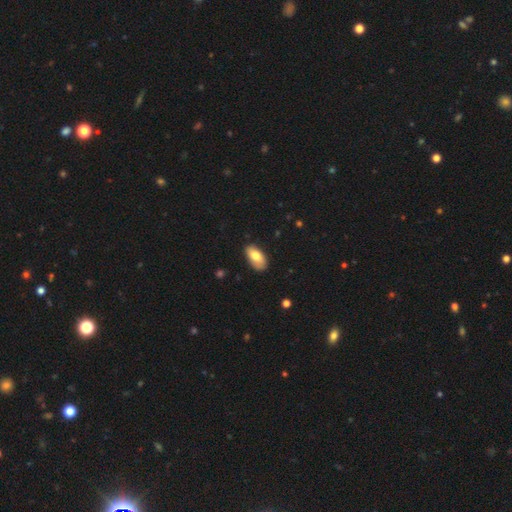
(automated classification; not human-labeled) This appears to be a smooth galaxy with no disk features (78%) that is in between round and cigar-shaped (94%). Merging: none (79%).